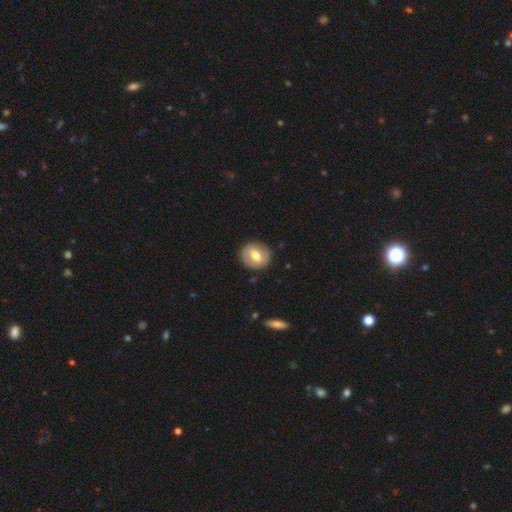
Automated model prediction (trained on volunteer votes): A smooth galaxy with no disk features (57%) that is round (78%). Merging: none (86%).